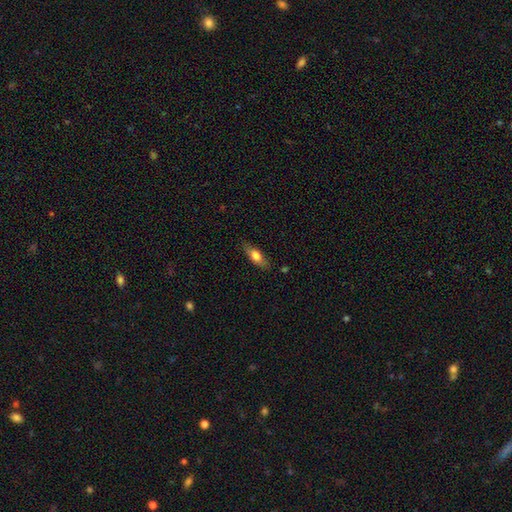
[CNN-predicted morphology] The model was most divided on "how rounded": in between: 61%, cigar-shaped: 36%, round: 3%. More confident: merging — none (80%); smooth or featured — smooth (67%).